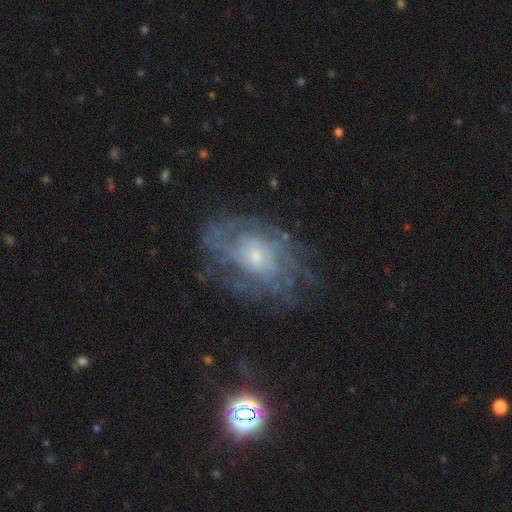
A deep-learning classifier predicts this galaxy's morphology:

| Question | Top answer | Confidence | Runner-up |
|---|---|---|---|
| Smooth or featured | featured or disk | 79% | smooth (12%) |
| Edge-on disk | no | 96% | yes (4%) |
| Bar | no | 73% | weak (23%) |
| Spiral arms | yes | 85% | no (15%) |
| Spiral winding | tight | 59% | medium (30%) |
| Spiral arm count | can't tell | 55% | 4 (11%) |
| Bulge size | small | 68% | moderate (26%) |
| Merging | none | 69% | minor disturbance (18%) |